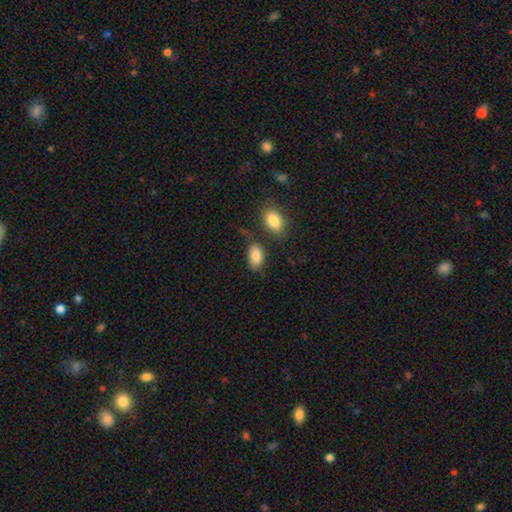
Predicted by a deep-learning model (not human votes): A smooth galaxy with no disk features (87%) that is in between round and cigar-shaped (92%).

Vote fractions:
- Smooth or featured? smooth: 87% / star or artifact: 7% / featured or disk: 6%
- How rounded? in between: 92% / round: 7% / cigar-shaped: 2%
- Merging? none: 68% / minor disturbance: 17% / merger: 10% / major disturbance: 5%